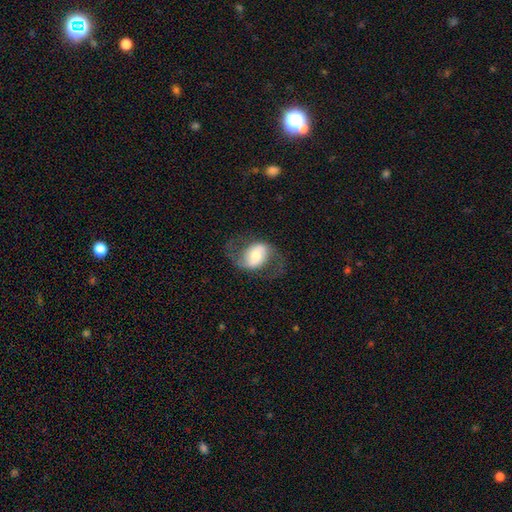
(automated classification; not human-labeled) This appears to be a featured or disk galaxy (65%) with no bar (41%), 2 (90%) loose (49%) spiral arms (83%) and a moderate central bulge (59%). Merging: none (68%).